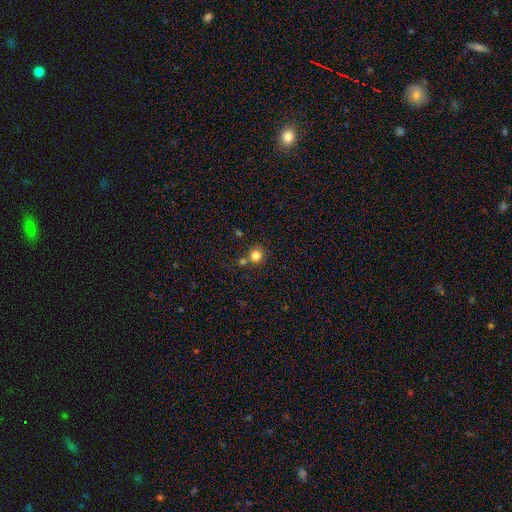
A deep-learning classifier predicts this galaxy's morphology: Smooth or featured: smooth — 81% (star or artifact — 12%)
How rounded: round — 92% (in between — 7%)
Merging: none — 67% (merger — 21%)